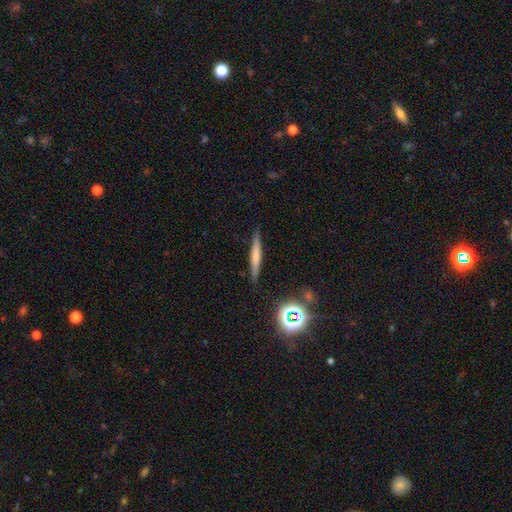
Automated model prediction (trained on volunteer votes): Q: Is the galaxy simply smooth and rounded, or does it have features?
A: smooth — 52%.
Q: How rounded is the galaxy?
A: cigar-shaped — 94%.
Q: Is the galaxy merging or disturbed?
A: none — 88%.